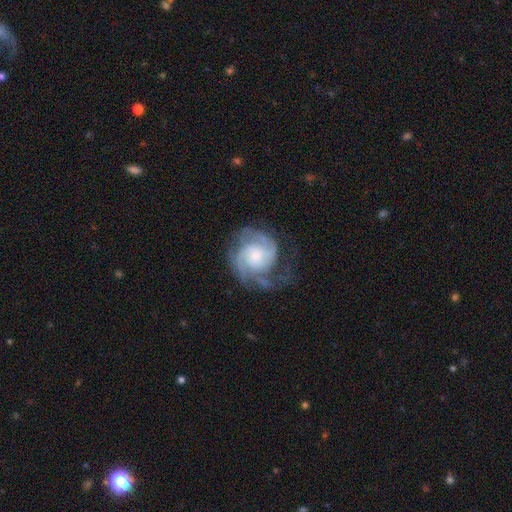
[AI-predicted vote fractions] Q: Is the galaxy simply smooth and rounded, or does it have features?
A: featured or disk — 83%.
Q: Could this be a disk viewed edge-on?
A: no — 98%.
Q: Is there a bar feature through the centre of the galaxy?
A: no — 66%.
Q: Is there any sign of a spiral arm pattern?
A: yes — 95%.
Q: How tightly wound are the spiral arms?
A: tight — 45%.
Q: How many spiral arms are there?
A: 2 — 42%.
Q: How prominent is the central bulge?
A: small — 41%.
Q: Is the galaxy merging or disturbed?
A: none — 52%.